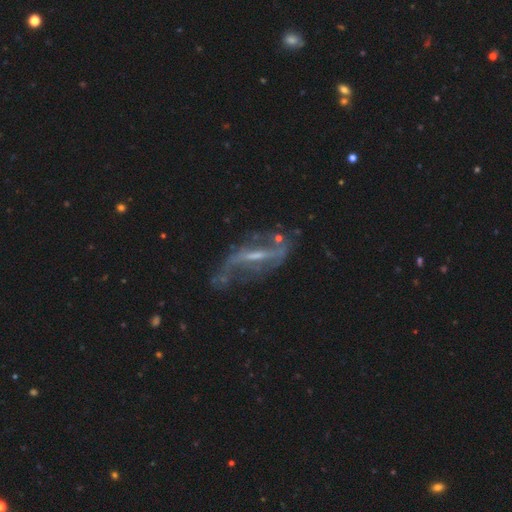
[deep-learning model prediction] Smooth or featured?
  - featured or disk: 81% *
  - smooth: 10%
  - star or artifact: 8%
Edge-on disk?
  - no: 78% *
  - yes: 22%
Bar?
  - strong: 48% *
  - weak: 35%
  - no: 17%
Spiral arms?
  - yes: 77% *
  - no: 23%
Bulge size?
  - small: 54% *
  - moderate: 25%
  - none: 17%
  - large: 2%
  - dominant: 1%
Merging?
  - none: 47% *
  - major disturbance: 23%
  - minor disturbance: 23%
  - merger: 7%